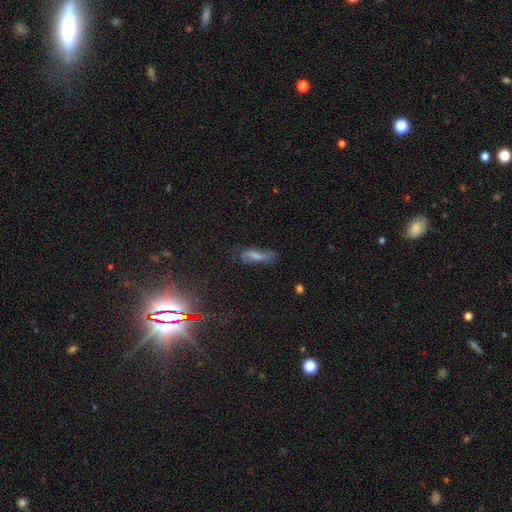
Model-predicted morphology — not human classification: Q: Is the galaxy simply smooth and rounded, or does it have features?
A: smooth — 50%.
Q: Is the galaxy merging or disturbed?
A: none — 57%.